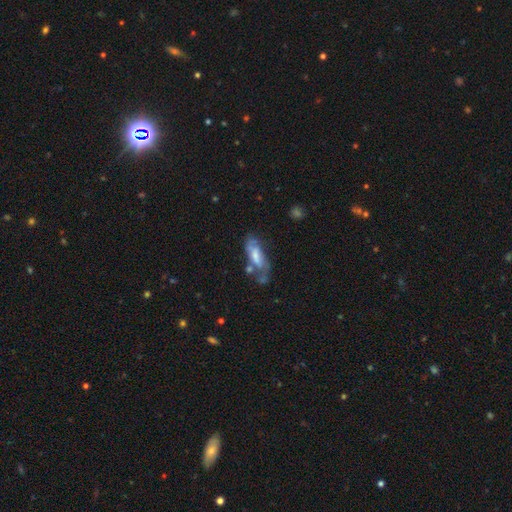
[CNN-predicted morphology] The model was most divided on "smooth or featured" (2-way tie): smooth: 46%, featured or disk: 46%, star or artifact: 8%. Remaining: merging — none (37%).